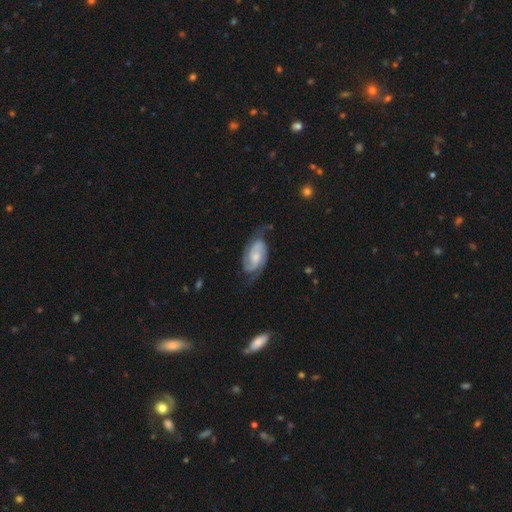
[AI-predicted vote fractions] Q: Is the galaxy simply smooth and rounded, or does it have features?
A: featured or disk — 87%.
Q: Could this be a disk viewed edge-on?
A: no — 97%.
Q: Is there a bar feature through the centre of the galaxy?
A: no — 53%.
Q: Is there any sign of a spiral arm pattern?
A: yes — 97%.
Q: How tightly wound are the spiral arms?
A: tight — 46%.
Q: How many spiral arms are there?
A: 2 — 88%.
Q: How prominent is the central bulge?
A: moderate — 43%.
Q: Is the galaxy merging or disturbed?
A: none — 68%.